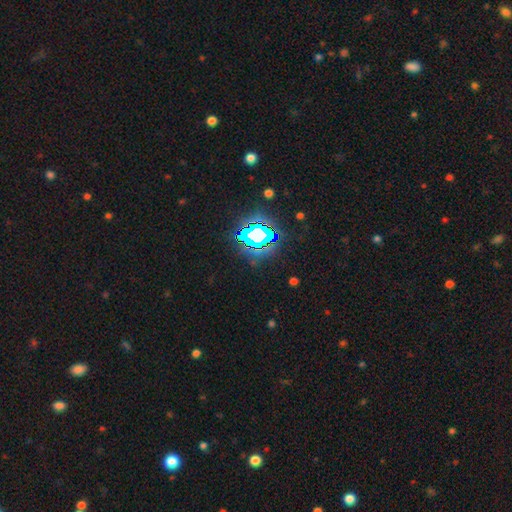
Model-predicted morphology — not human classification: Q: Smooth or featured?
A: star or artifact (81%); runner-up: smooth (12%)